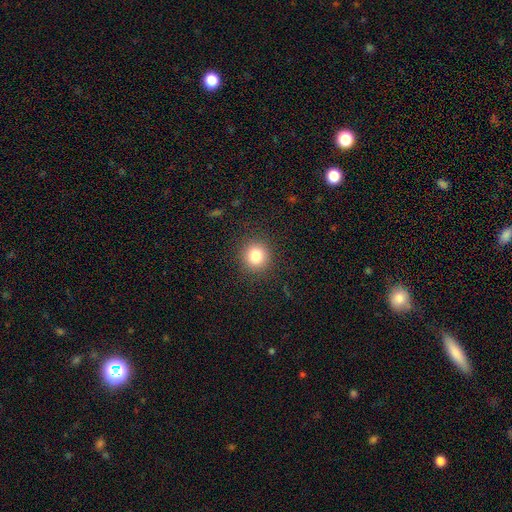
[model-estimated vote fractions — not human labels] Morphology: type=smooth (82%); roundness=round (88%); merging=none (90%).